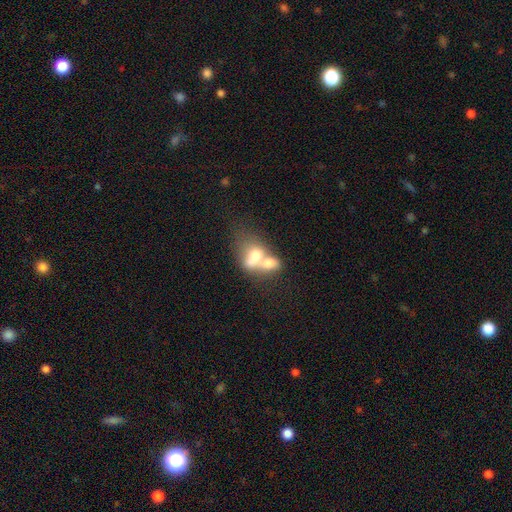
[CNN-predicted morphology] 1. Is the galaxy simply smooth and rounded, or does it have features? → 64% smooth, 27% featured or disk, 9% star or artifact.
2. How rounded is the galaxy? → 68% in between, 29% round, 3% cigar-shaped.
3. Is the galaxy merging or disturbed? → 78% merger, 10% none, 7% major disturbance, 5% minor disturbance.